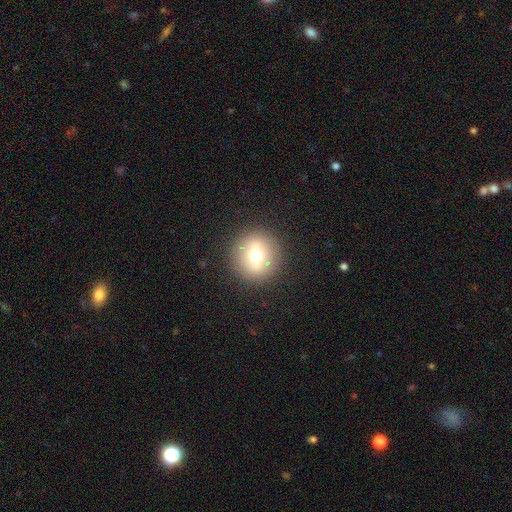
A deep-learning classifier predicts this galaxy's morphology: This is possibly a smooth galaxy (59%). How rounded: clearly round (93%). Merging: clearly none (89%).